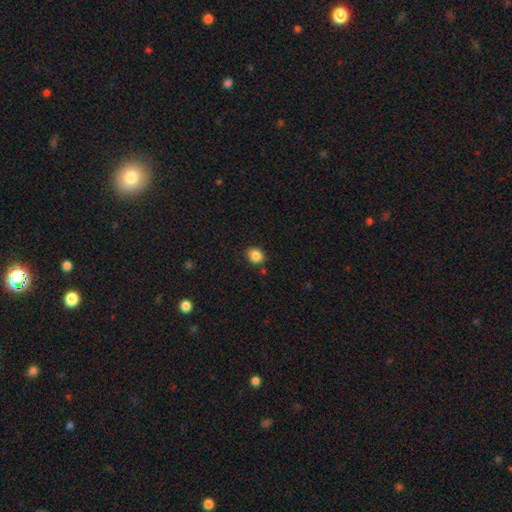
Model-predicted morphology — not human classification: smooth-or-featured: smooth: 86% | star or artifact: 10% | featured or disk: 4%
  how-rounded: round: 65% | in between: 35% | cigar-shaped: 1%
  merging: none: 84% | minor disturbance: 10% | merger: 3% | major disturbance: 3%